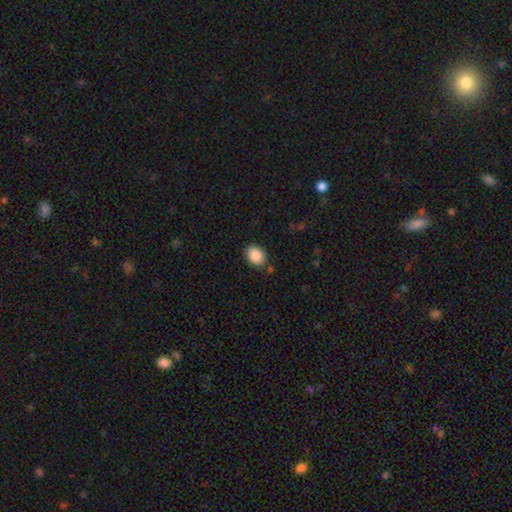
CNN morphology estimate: type=smooth (88%); roundness=in between (62%); merging=none (84%).